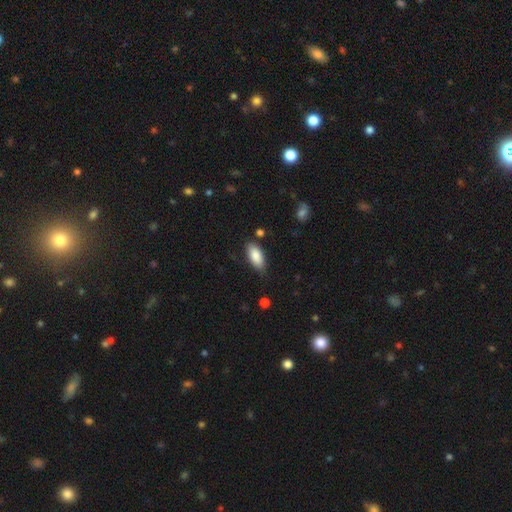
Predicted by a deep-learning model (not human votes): Q: Smooth or featured?
A: smooth (87%); runner-up: featured or disk (7%)
Q: How rounded?
A: in between (87%); runner-up: cigar-shaped (11%)
Q: Merging?
A: none (79%); runner-up: minor disturbance (16%)